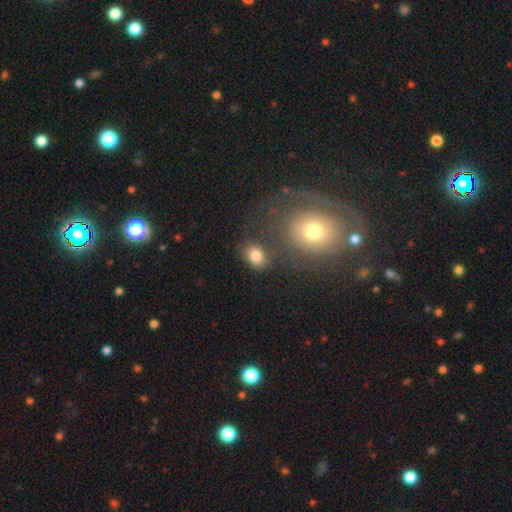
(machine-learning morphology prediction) Smooth or featured? smooth (80%)
How rounded? in between (58%)
Merging? none (66%)